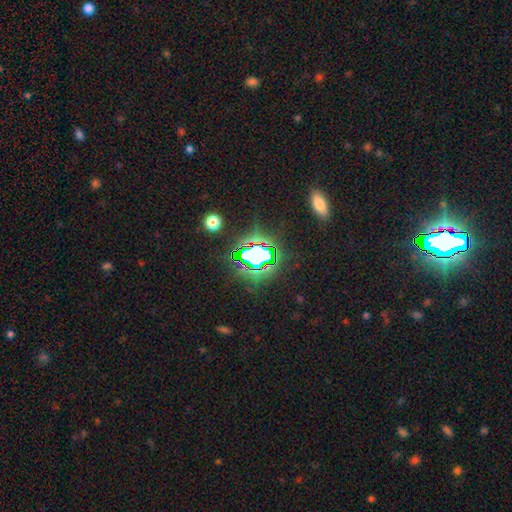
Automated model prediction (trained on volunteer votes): The model was most divided on "smooth or featured": star or artifact: 73%, smooth: 16%, featured or disk: 11%.